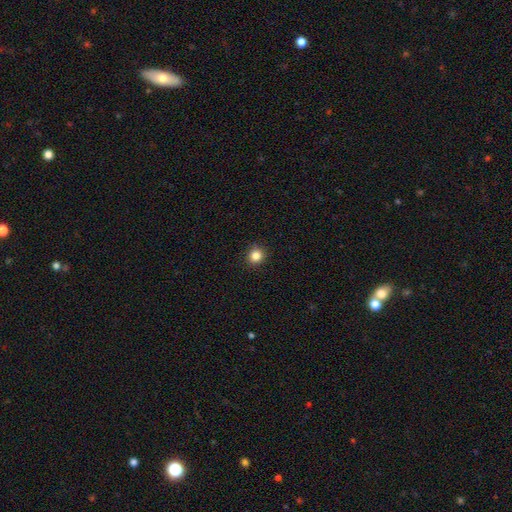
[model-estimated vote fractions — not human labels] Smooth or featured?
  - smooth: 84% *
  - star or artifact: 11%
  - featured or disk: 4%
How rounded?
  - round: 91% *
  - in between: 8%
  - cigar-shaped: 1%
Merging?
  - none: 91% *
  - minor disturbance: 7%
  - major disturbance: 2%
  - merger: 1%